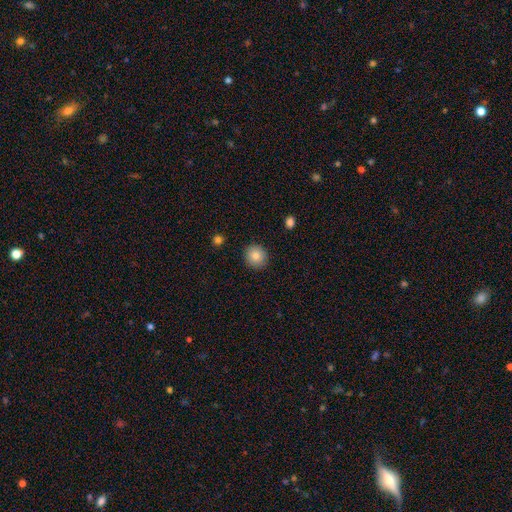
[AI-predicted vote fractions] A smooth galaxy with no disk features (83%) that is round (91%). Merging: none (91%).